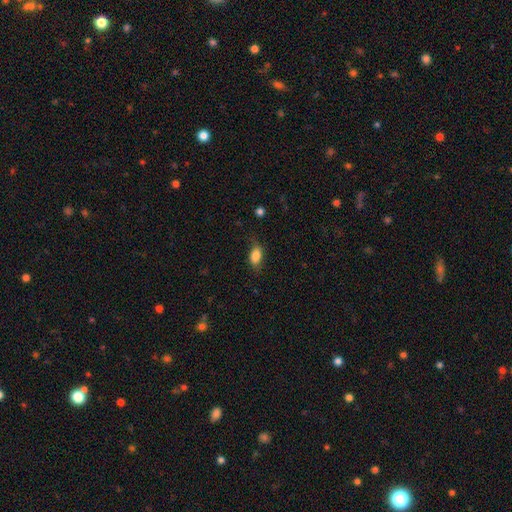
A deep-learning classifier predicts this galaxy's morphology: A smooth galaxy with no disk features (83%) that is in between round and cigar-shaped (87%). Merging: none (68%).